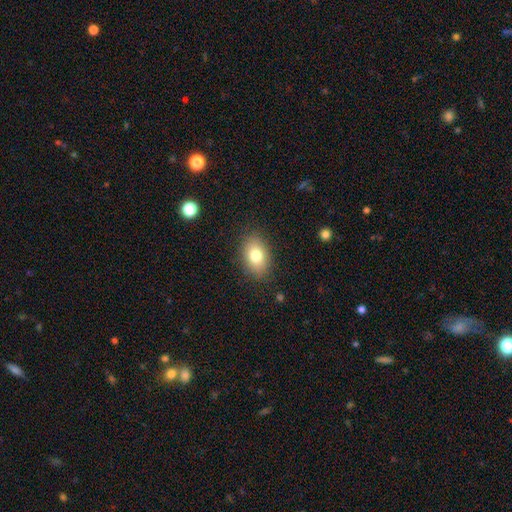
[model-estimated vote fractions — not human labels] A smooth galaxy with no disk features (78%) that is in between round and cigar-shaped (81%). Merging: none (86%).